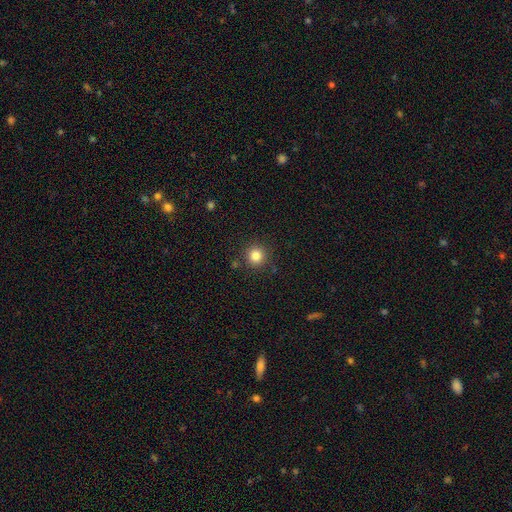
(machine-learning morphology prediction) This is clearly a smooth galaxy (82%). How rounded: clearly round (94%). Merging: clearly none (88%).